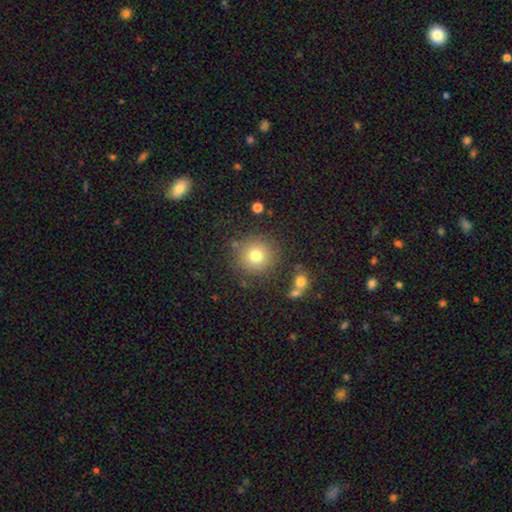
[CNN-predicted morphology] Q: Smooth or featured?
A: smooth (76%); runner-up: star or artifact (14%)
Q: How rounded?
A: round (94%); runner-up: in between (5%)
Q: Merging?
A: none (83%); runner-up: minor disturbance (9%)